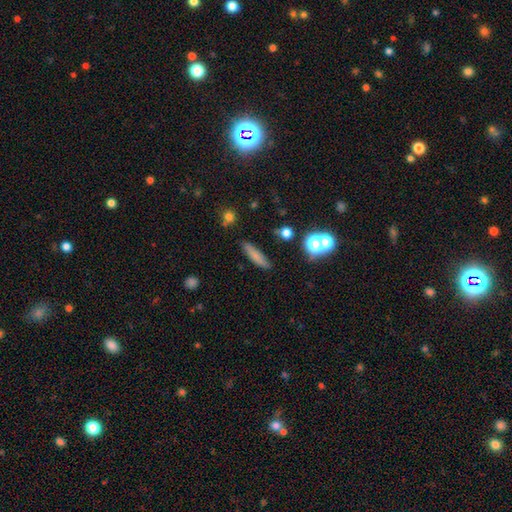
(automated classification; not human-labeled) This appears to be a smooth galaxy with no disk features (73%) that is cigar-shaped (78%). Merging: none (84%).